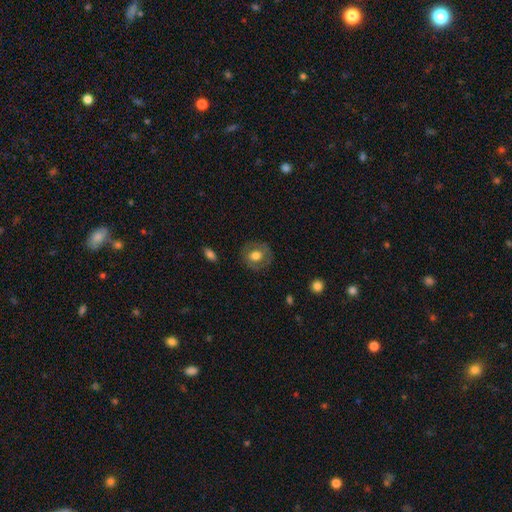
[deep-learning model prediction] Smooth or featured?
  - smooth: 62% *
  - featured or disk: 30%
  - star or artifact: 8%
How rounded?
  - round: 79% *
  - in between: 20%
  - cigar-shaped: 1%
Merging?
  - none: 82% *
  - minor disturbance: 12%
  - major disturbance: 5%
  - merger: 1%